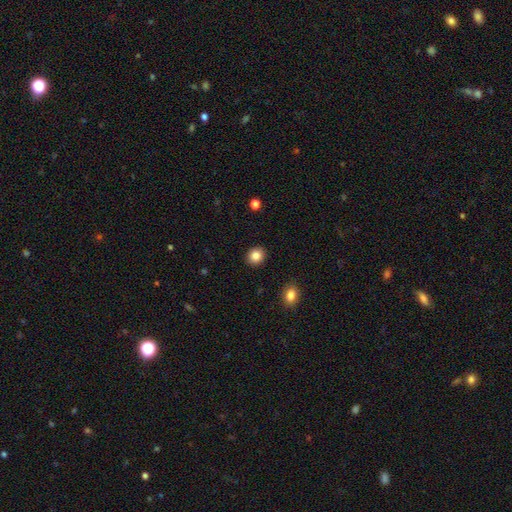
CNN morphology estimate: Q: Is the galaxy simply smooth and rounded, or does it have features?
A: smooth — 84%.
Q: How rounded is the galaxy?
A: round — 76%.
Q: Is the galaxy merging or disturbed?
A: none — 91%.